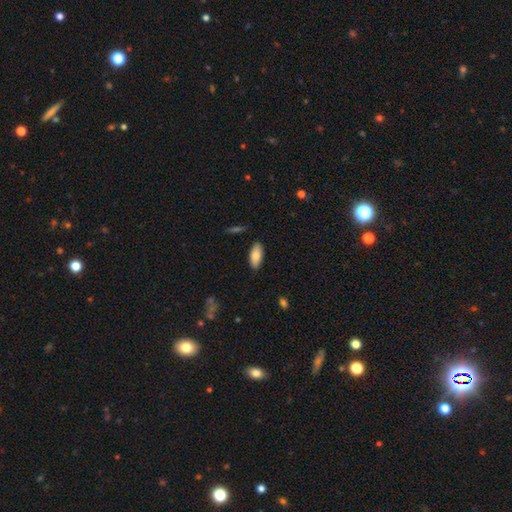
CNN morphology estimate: Smooth or featured? Predicted: smooth (p=0.82). How rounded? Predicted: in between (p=0.87). Merging? Predicted: none (p=0.87).